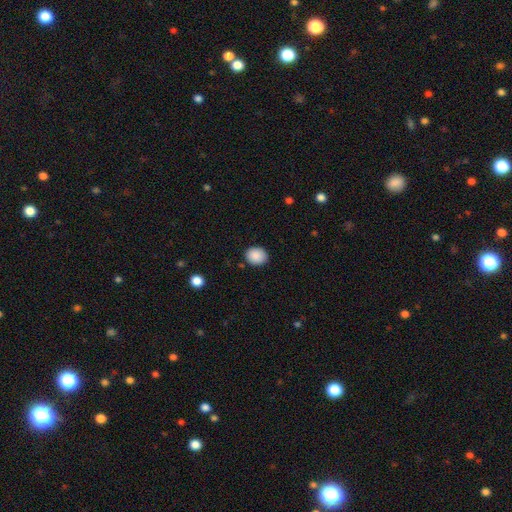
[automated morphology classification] This appears to be a smooth galaxy with no disk features (89%) that is round (65%). Merging: none (88%).